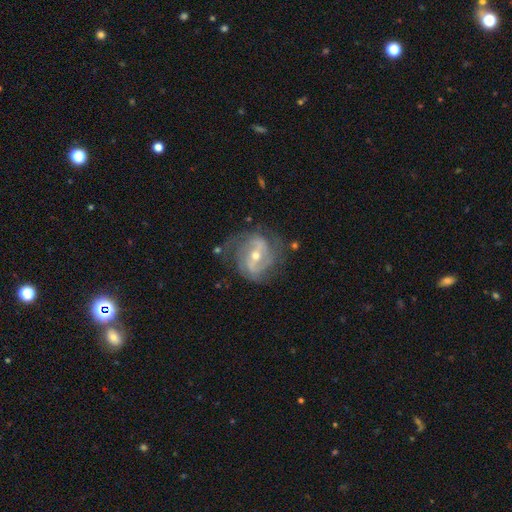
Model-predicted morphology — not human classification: type=featured or disk (87%); edge-on=no (97%); bar=strong (42%); spiral arms=yes (94%); winding=medium (44%); arm count=2 (61%); bulge=moderate (51%); merging=none (67%).